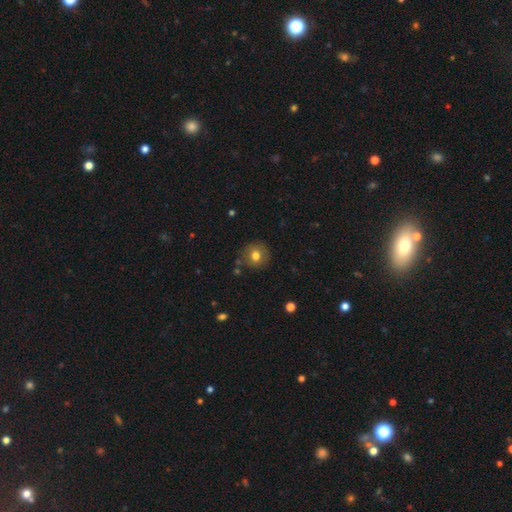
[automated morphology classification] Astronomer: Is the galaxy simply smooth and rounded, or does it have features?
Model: smooth — 75%.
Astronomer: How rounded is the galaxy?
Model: round — 88%.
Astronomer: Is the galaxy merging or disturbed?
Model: none — 81%.